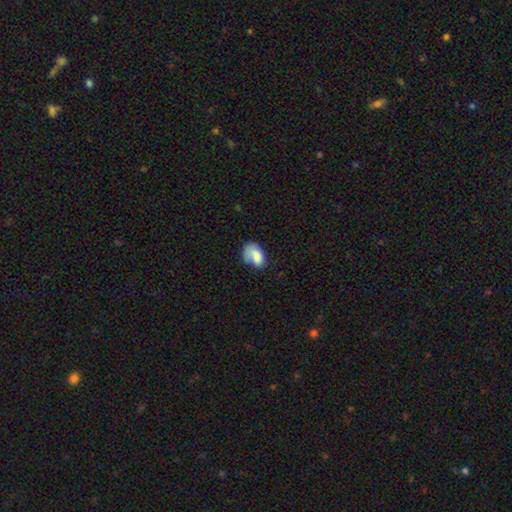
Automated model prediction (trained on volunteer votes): A smooth galaxy with no disk features (80%) that is in between round and cigar-shaped (87%). Merging: none (46%).